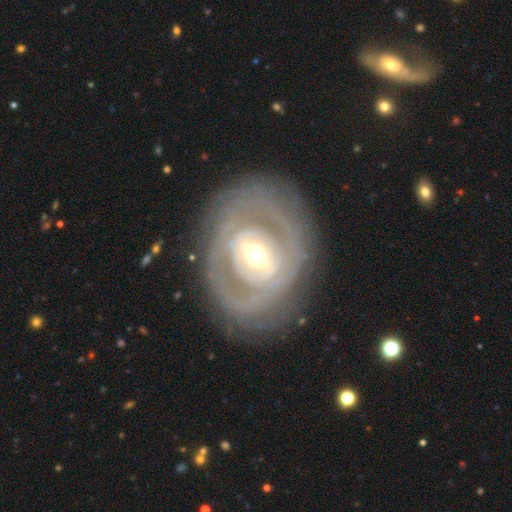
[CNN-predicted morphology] This is clearly a featured or disk galaxy (81%). It is clearly not viewed edge-on (95%). Bar: marginally weak (39%). Spiral arm pattern: likely yes (65%). Spiral arm count: marginally can't tell (42%). Spiral winding: likely tight (69%). Central bulge: possibly moderate (55%). Merging: likely none (77%).